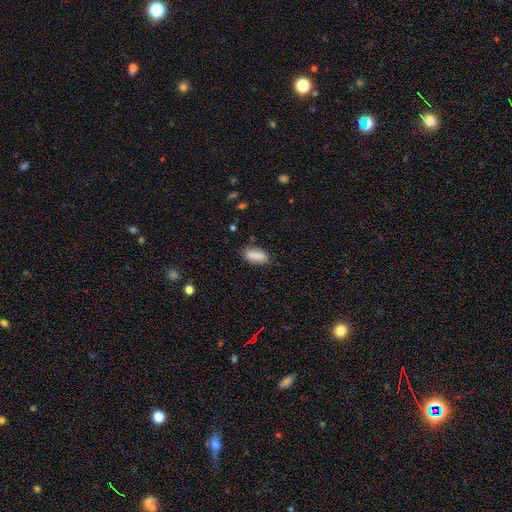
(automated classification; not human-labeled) Smooth or featured: smooth — 86% (star or artifact — 7%)
How rounded: in between — 80% (cigar-shaped — 18%)
Merging: none — 79% (minor disturbance — 15%)